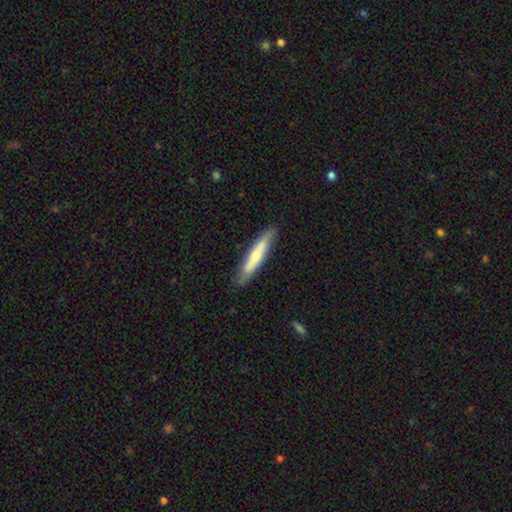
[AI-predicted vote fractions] Smooth or featured?
  - smooth: 58% *
  - featured or disk: 37%
  - star or artifact: 5%
How rounded?
  - cigar-shaped: 91% *
  - in between: 8%
  - round: 1%
Merging?
  - none: 86% *
  - minor disturbance: 11%
  - major disturbance: 2%
  - merger: 1%